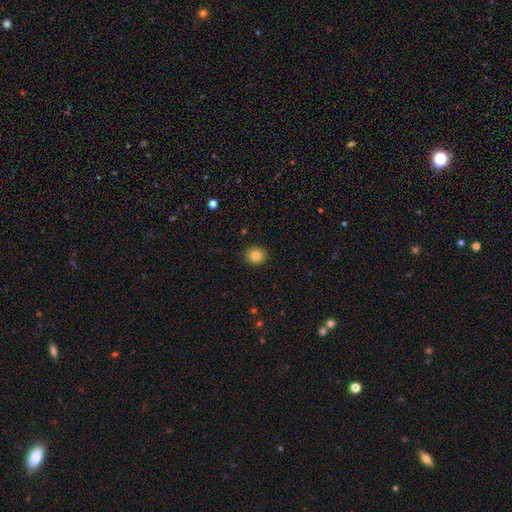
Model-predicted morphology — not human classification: This appears to be a smooth galaxy with no disk features (82%) that is round (82%). Merging: none (92%).